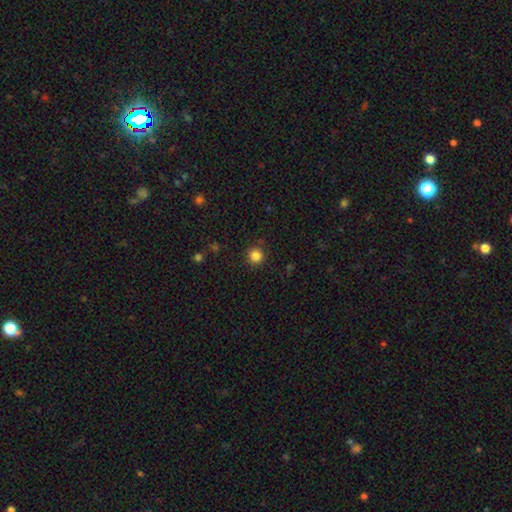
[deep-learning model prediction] This is clearly a smooth galaxy (84%). How rounded: clearly round (95%). Merging: clearly none (90%).